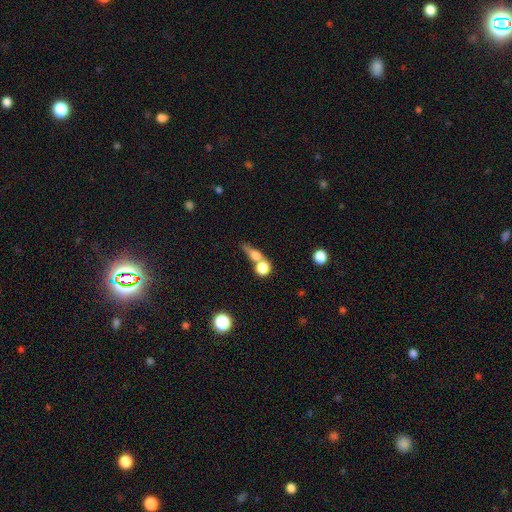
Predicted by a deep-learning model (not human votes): This appears to be a smooth galaxy with no disk features (67%) that is round (52%). Merging: merger (47%).